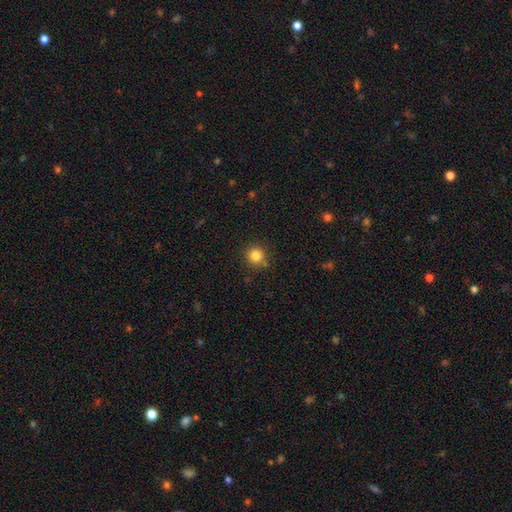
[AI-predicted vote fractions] Overall: smooth (83%). How rounded: round (94%). Merging: none (85%).